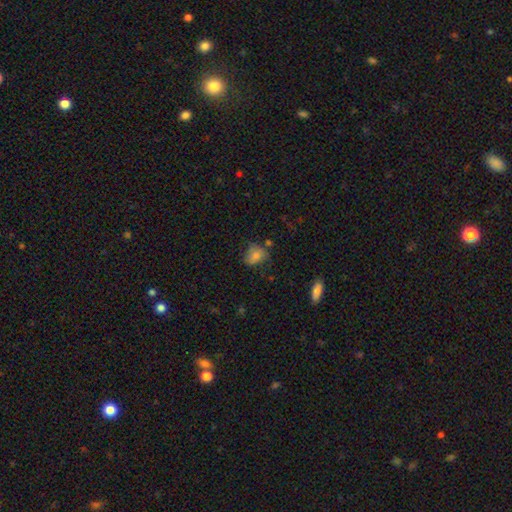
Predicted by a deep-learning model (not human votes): Smooth or featured? smooth (73%)
How rounded? in between (62%)
Merging? none (54%)